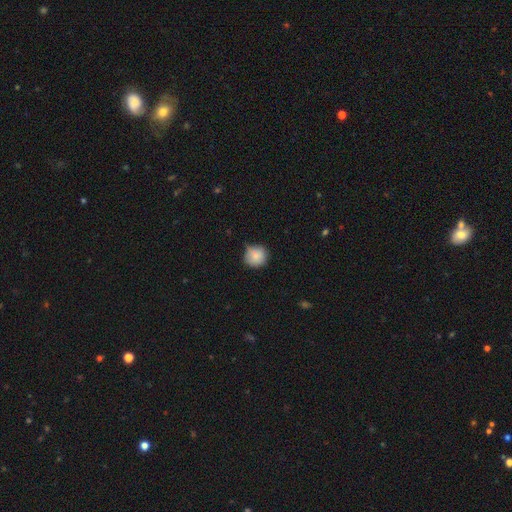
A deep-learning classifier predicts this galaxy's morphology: smooth_or_featured: smooth (p=0.84) [alt: star or artifact p=0.08]
how_rounded: round (p=0.90) [alt: in between p=0.09]
merging: none (p=0.68) [alt: minor disturbance p=0.26]